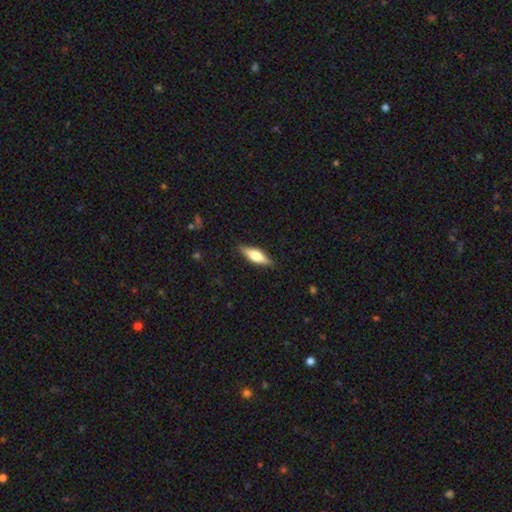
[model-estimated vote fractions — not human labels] Smooth or featured? Predicted: smooth (p=0.52). How rounded? Predicted: cigar-shaped (p=0.51). Merging? Predicted: none (p=0.87).